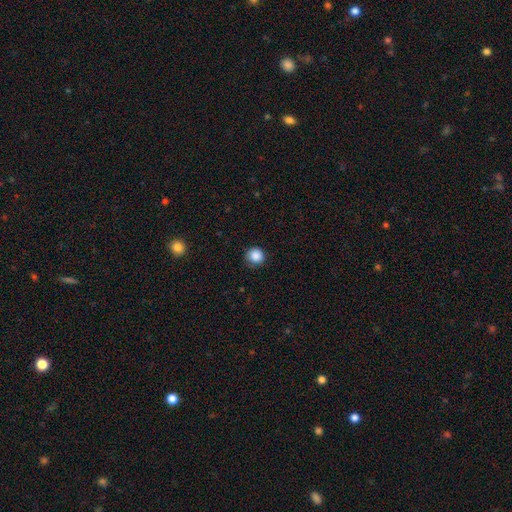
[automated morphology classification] Smooth or featured?
  - smooth: 86% *
  - star or artifact: 10%
  - featured or disk: 3%
How rounded?
  - round: 93% *
  - in between: 6%
  - cigar-shaped: 1%
Merging?
  - none: 81% *
  - minor disturbance: 14%
  - major disturbance: 3%
  - merger: 1%